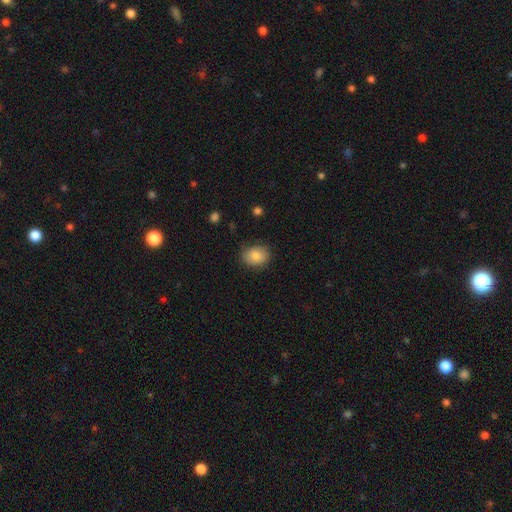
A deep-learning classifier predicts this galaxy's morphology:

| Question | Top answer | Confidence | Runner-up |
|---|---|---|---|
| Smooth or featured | smooth | 83% | featured or disk (9%) |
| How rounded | in between | 60% | round (39%) |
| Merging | none | 82% | minor disturbance (14%) |